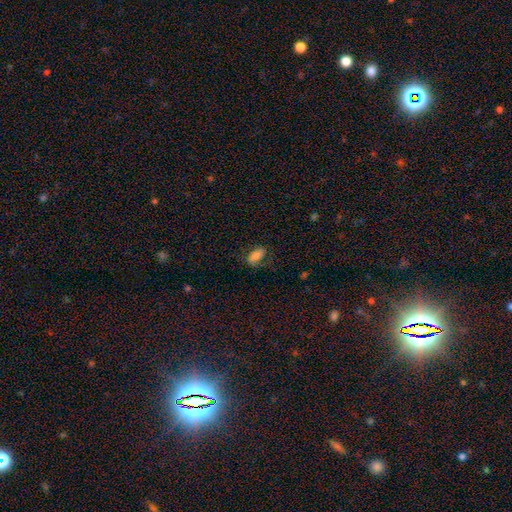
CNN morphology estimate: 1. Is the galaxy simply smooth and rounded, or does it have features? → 71% smooth, 20% featured or disk, 9% star or artifact.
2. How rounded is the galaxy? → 90% in between, 5% cigar-shaped, 5% round.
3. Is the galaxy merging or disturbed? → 63% none, 23% minor disturbance, 12% major disturbance, 2% merger.